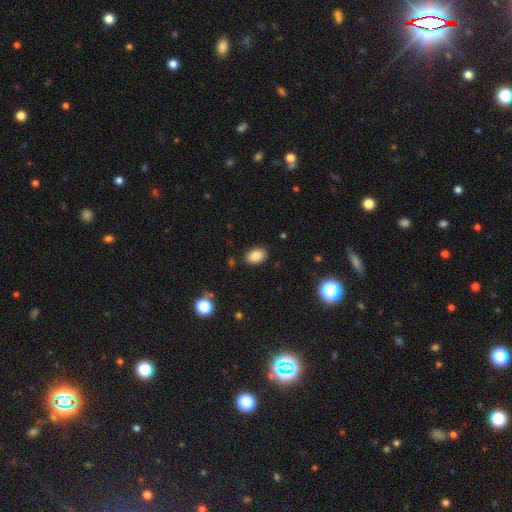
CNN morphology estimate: Smooth or featured? smooth (87%)
How rounded? in between (83%)
Merging? none (86%)